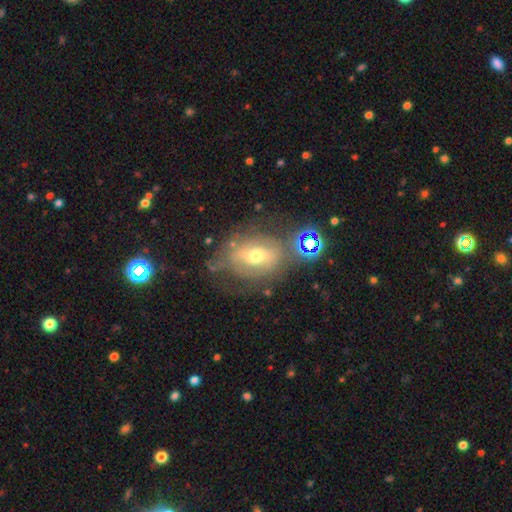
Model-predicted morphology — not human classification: Smooth or featured: featured or disk — 53% (smooth — 33%)
Edge-on disk: no — 91% (yes — 9%)
Merging: none — 52% (minor disturbance — 22%)